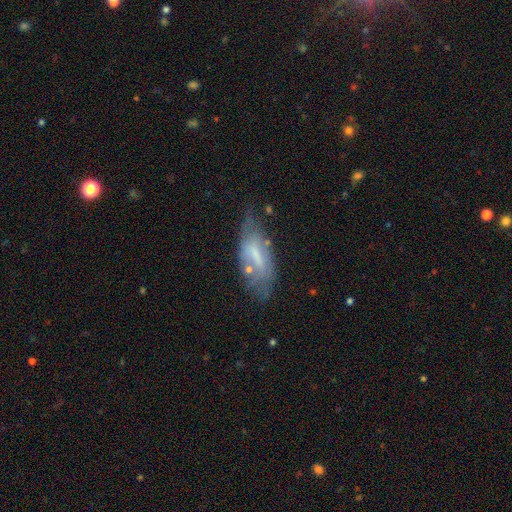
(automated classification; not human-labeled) This is possibly a featured or disk galaxy (47%). Merging: possibly none (48%).